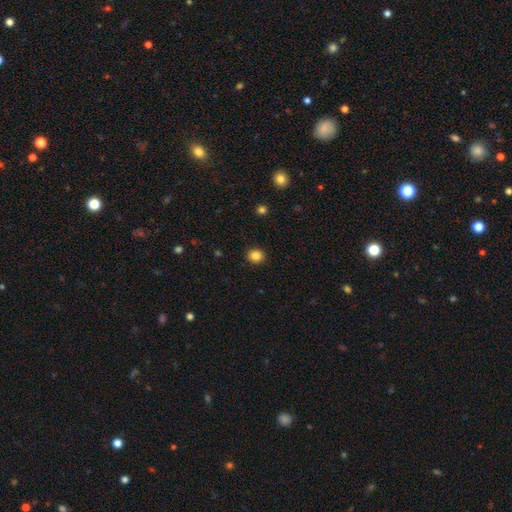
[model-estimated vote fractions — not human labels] This is clearly a smooth galaxy (84%). How rounded: likely round (74%). Merging: clearly none (91%).